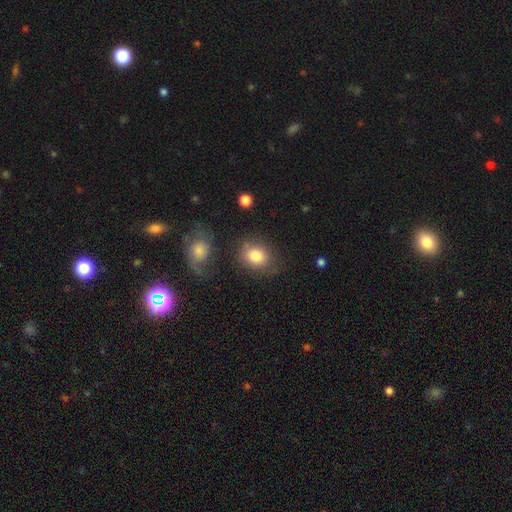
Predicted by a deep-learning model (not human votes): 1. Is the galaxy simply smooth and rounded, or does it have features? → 82% smooth, 9% featured or disk, 8% star or artifact.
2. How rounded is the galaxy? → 53% round, 46% in between, 1% cigar-shaped.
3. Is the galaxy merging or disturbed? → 66% none, 20% minor disturbance, 8% major disturbance, 6% merger.